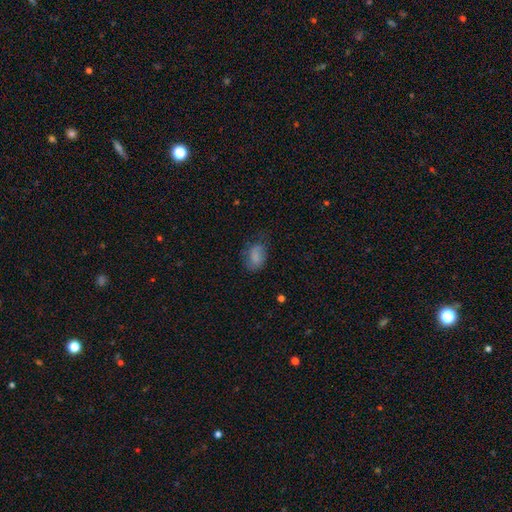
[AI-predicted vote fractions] smooth_or_featured: smooth (p=0.77) [alt: featured or disk p=0.14]
how_rounded: in between (p=0.81) [alt: round p=0.17]
merging: none (p=0.52) [alt: minor disturbance p=0.31]